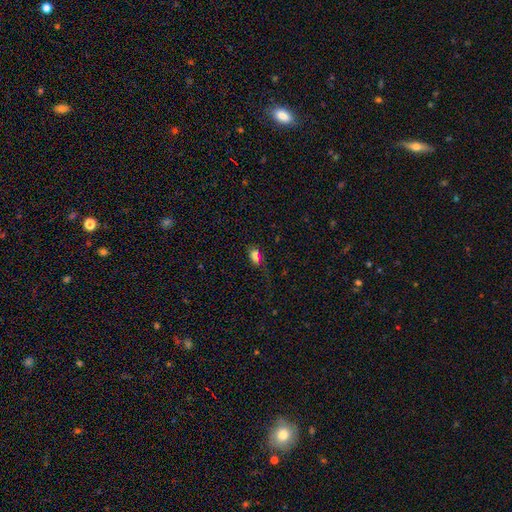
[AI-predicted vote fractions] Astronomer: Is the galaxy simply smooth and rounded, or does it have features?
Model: smooth — 71%.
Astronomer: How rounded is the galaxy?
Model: in between — 80%.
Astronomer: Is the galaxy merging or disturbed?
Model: none — 57%.